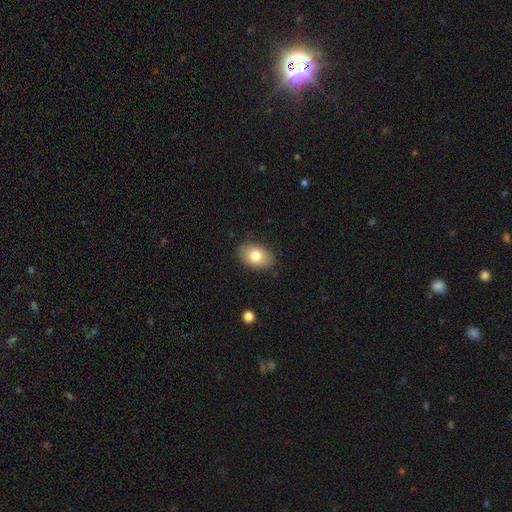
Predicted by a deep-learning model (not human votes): Overall: smooth (78%). How rounded: in between (85%). Merging: none (85%).